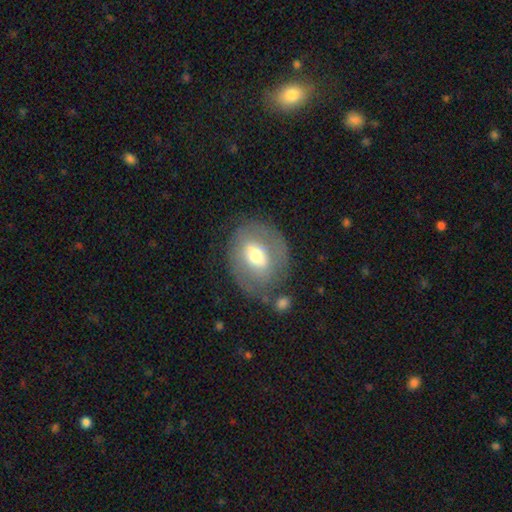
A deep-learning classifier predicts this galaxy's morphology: smooth-or-featured: smooth: 47% | featured or disk: 45% | star or artifact: 7%
  merging: none: 68% | minor disturbance: 18% | major disturbance: 9% | merger: 5%